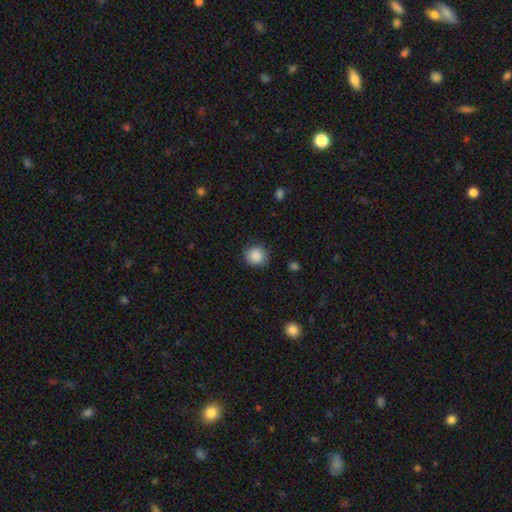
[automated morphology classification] A smooth galaxy with no disk features (88%) that is round (89%). Merging: none (85%).